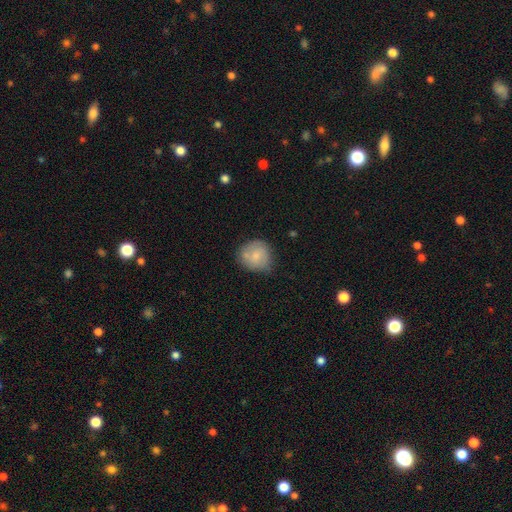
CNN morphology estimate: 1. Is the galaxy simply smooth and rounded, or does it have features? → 68% smooth, 25% featured or disk, 7% star or artifact.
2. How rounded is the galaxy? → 84% round, 15% in between, 1% cigar-shaped.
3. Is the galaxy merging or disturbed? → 63% none, 25% minor disturbance, 6% major disturbance, 6% merger.